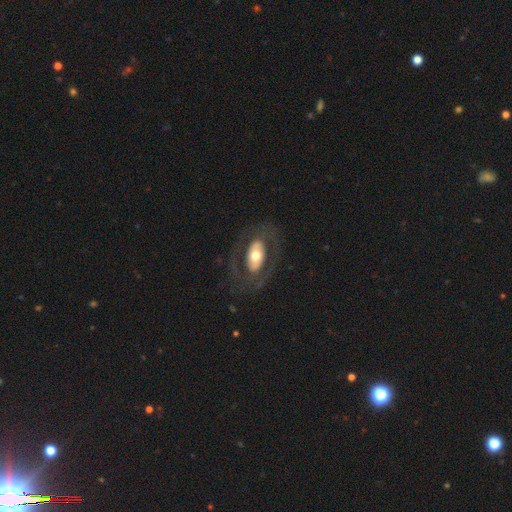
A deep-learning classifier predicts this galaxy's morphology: A featured or disk galaxy (57%) with no bar (62%), no spiral arms (67%) and a moderate central bulge (62%).

Vote fractions:
- Smooth or featured? featured or disk: 57% / smooth: 37% / star or artifact: 5%
- Edge-on disk? no: 91% / yes: 9%
- Bar? no: 62% / strong: 19% / weak: 18%
- Spiral arms? no: 67% / yes: 33%
- Bulge size? moderate: 62% / large: 23% / small: 11% / dominant: 3% / none: 1%
- Merging? none: 74% / minor disturbance: 12% / major disturbance: 12% / merger: 1%